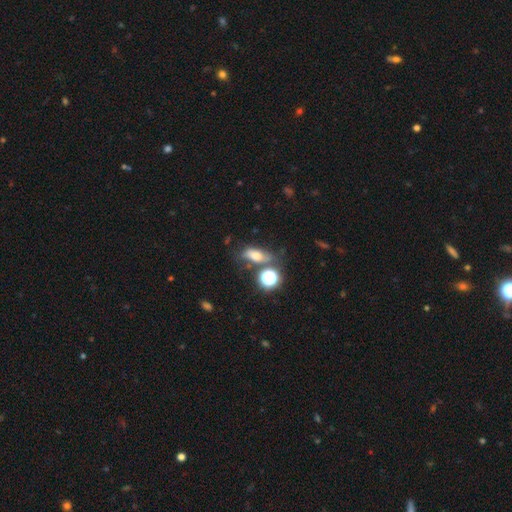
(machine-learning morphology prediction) Q: Smooth or featured?
A: smooth (61%); runner-up: featured or disk (22%)
Q: How rounded?
A: in between (65%); runner-up: round (18%)
Q: Merging?
A: none (56%); runner-up: minor disturbance (20%)